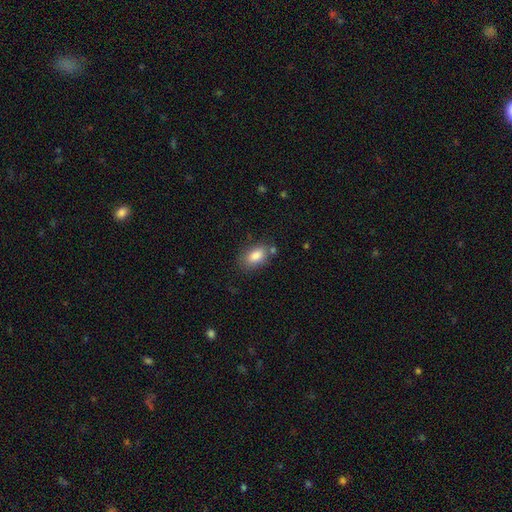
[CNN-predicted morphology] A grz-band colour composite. It shows a smooth galaxy with no disk features (85%) that is in between round and cigar-shaped (88%). Merging: none (71%).